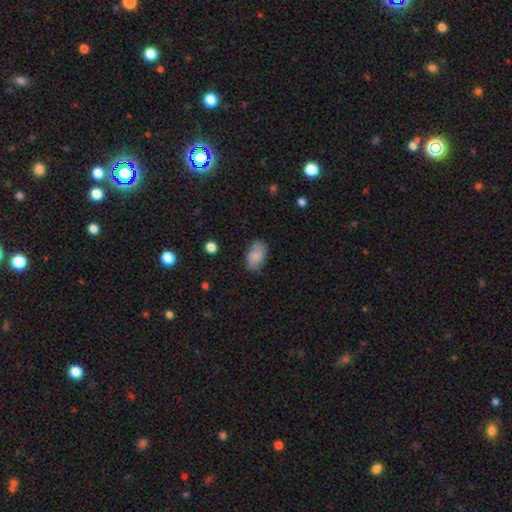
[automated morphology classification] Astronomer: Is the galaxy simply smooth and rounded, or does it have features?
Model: smooth — 83%.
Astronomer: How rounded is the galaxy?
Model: in between — 91%.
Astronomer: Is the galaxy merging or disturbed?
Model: none — 70%.